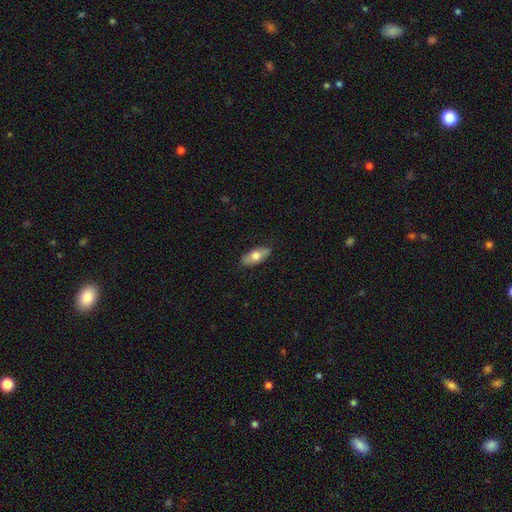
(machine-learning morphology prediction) A smooth galaxy with no disk features (68%) that is in between round and cigar-shaped (83%). Merging: none (86%).